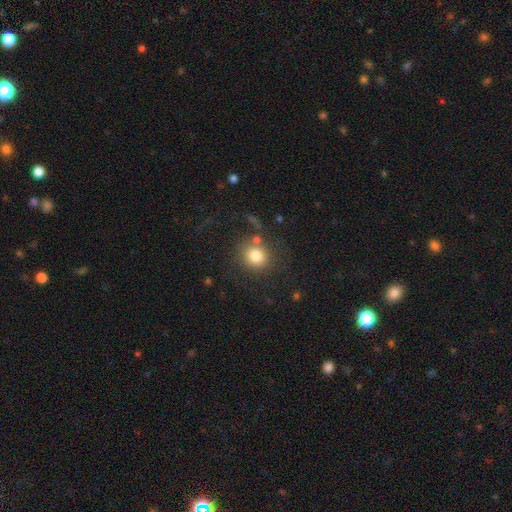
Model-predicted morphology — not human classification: smooth 80%, star or artifact 12%, featured or disk 8%. Down the decision tree: how rounded — round (87%); merging — none (75%).